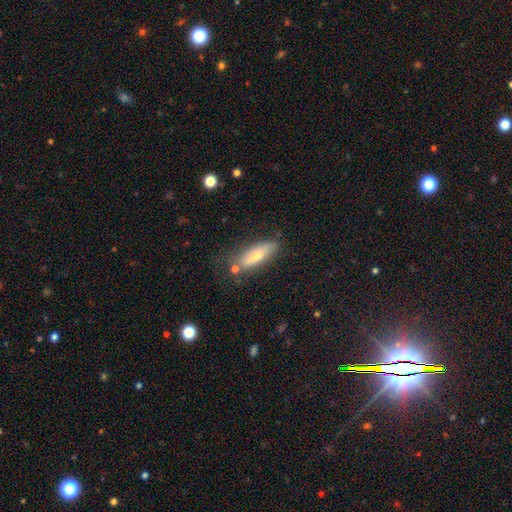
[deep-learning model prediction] smooth 62%, featured or disk 31%, star or artifact 7%. Down the decision tree: how rounded — cigar-shaped (54%); merging — none (69%).